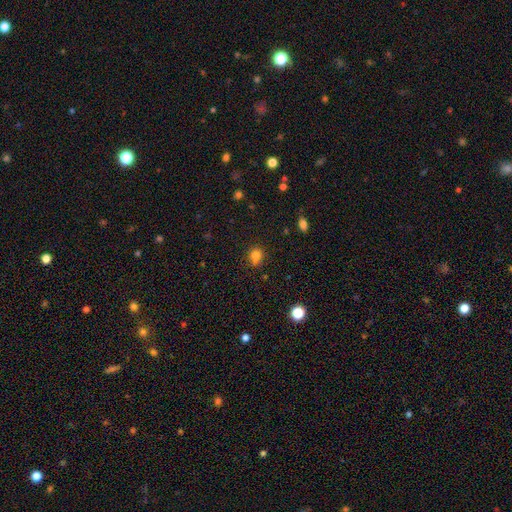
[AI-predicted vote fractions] A smooth galaxy with no disk features (81%) that is round (79%). Merging: none (72%).